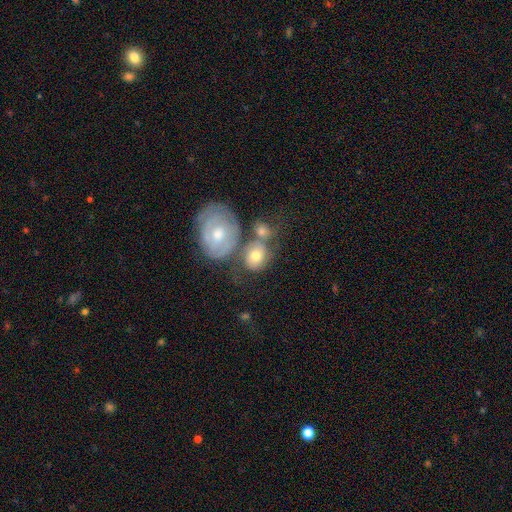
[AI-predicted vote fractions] Morphology: type=featured or disk (47%); merging=merger (39%).